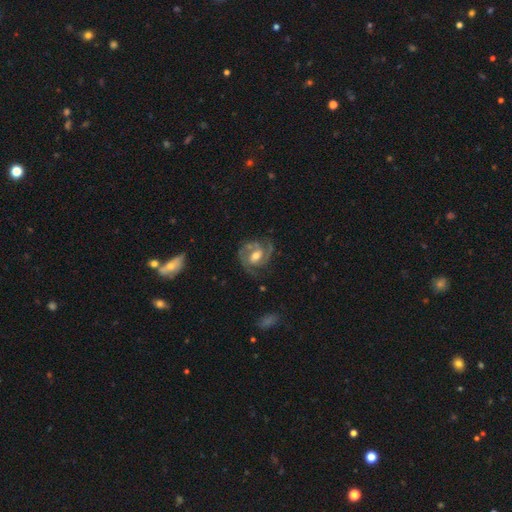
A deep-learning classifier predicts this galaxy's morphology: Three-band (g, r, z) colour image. It shows a featured or disk galaxy (87%) with a weak bar (46%), 2 (70%) medium (49%) spiral arms (96%) and a moderate central bulge (70%). Merging: none (68%).